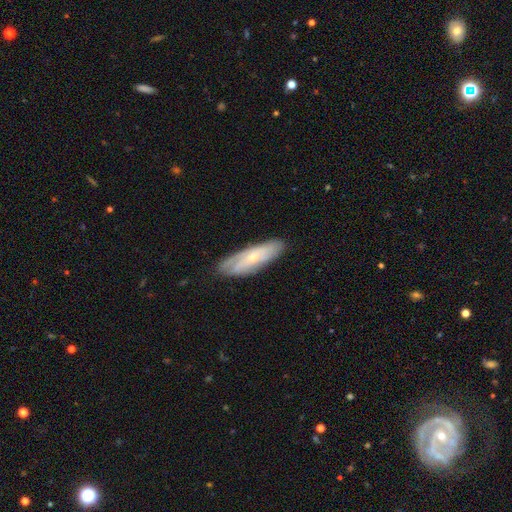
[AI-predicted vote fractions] A featured or disk galaxy (50%). Merging: none (81%).